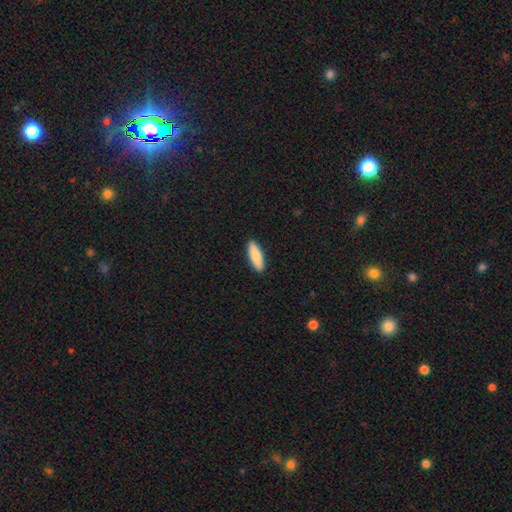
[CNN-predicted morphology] A smooth galaxy with no disk features (85%) that is cigar-shaped (53%).

Vote fractions:
- Smooth or featured? smooth: 85% / featured or disk: 10% / star or artifact: 5%
- How rounded? cigar-shaped: 53% / in between: 45% / round: 2%
- Merging? none: 92% / minor disturbance: 6% / major disturbance: 1% / merger: 1%